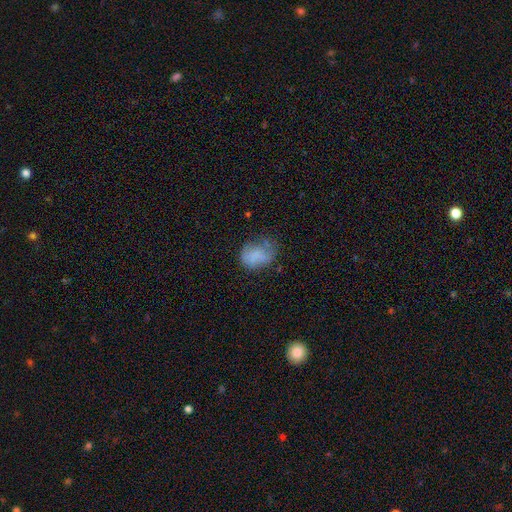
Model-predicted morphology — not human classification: smooth_or_featured: smooth (p=0.63) [alt: featured or disk p=0.26]
how_rounded: in between (p=0.67) [alt: round p=0.32]
merging: none (p=0.40) [alt: minor disturbance p=0.32]